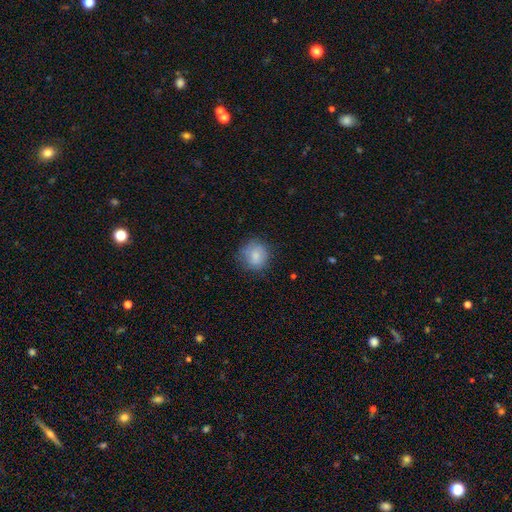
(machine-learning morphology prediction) Smooth or featured: smooth — 79% (featured or disk — 13%)
How rounded: round — 87% (in between — 12%)
Merging: none — 76% (minor disturbance — 17%)